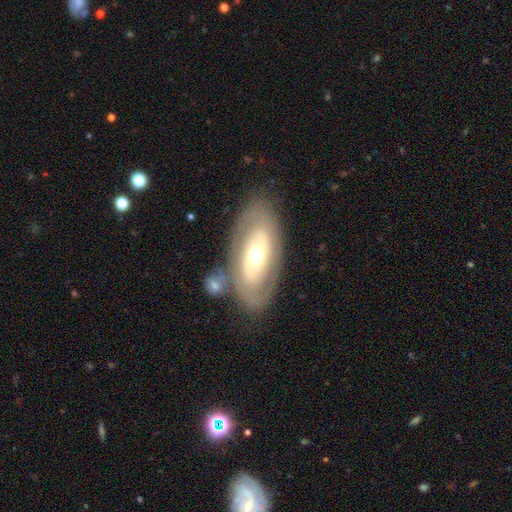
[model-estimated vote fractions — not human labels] Smooth or featured? featured or disk (66%)
Edge-on disk? no (90%)
Bar? no (67%)
Spiral arms? no (52%)
Bulge size? moderate (61%)
Merging? none (70%)